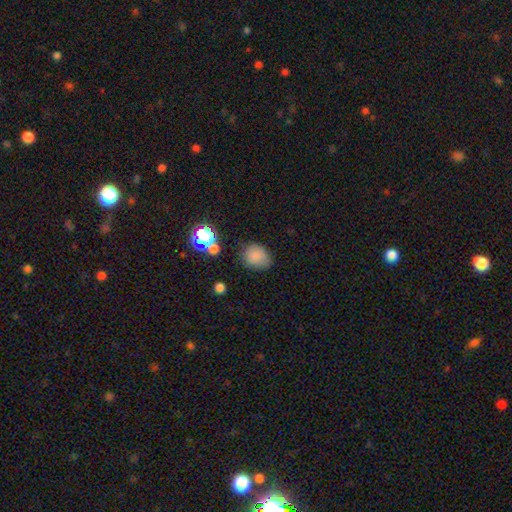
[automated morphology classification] Smooth or featured?
  - smooth: 79% *
  - star or artifact: 14%
  - featured or disk: 7%
How rounded?
  - round: 57% *
  - in between: 42%
  - cigar-shaped: 1%
Merging?
  - none: 71% *
  - minor disturbance: 18%
  - merger: 6%
  - major disturbance: 5%